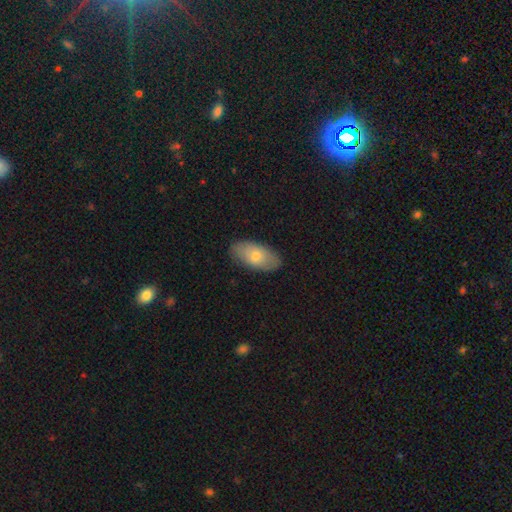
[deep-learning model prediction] This is likely a smooth galaxy (72%). How rounded: clearly in between (92%). Merging: clearly none (85%).